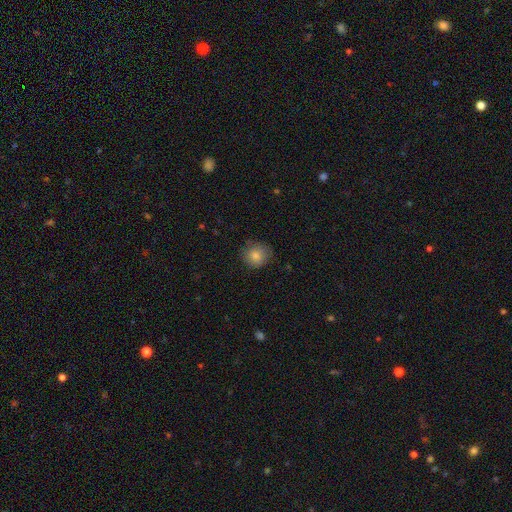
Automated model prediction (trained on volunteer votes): A smooth galaxy with no disk features (84%) that is round (86%). Merging: none (78%).